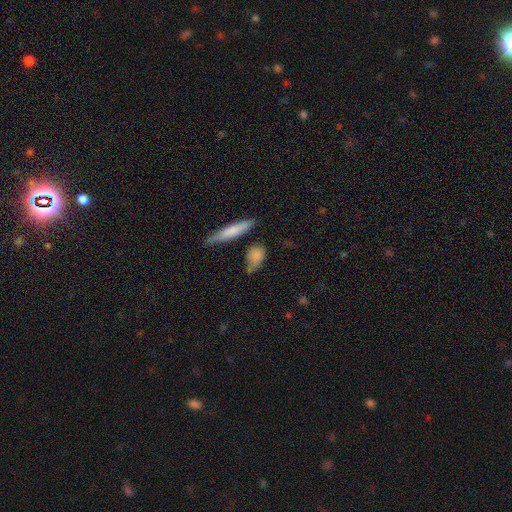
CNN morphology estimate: This is likely a smooth galaxy (79%). How rounded: possibly in between (59%). Merging: possibly none (57%).